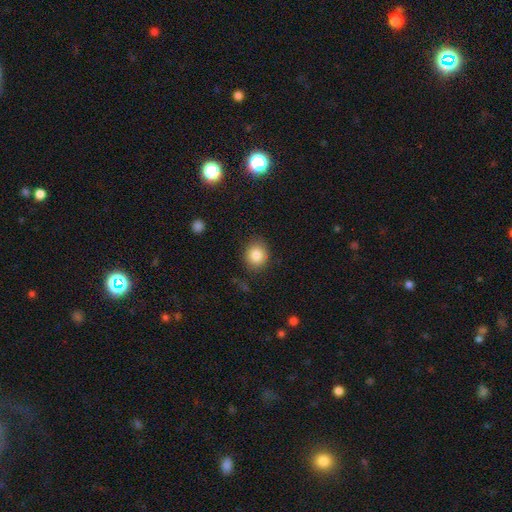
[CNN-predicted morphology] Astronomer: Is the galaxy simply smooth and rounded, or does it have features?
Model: smooth — 86%.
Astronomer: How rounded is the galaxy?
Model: round — 69%.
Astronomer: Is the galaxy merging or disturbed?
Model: none — 84%.